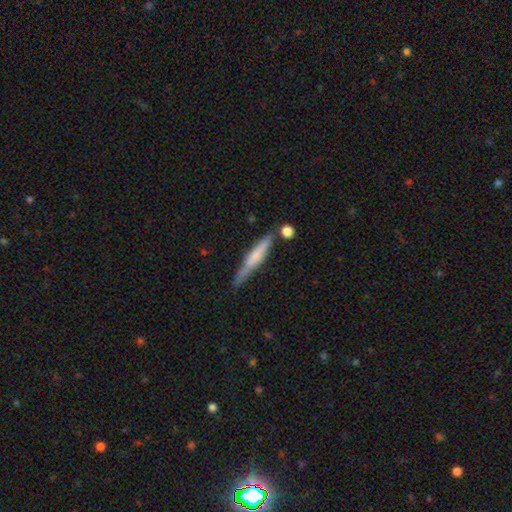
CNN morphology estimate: A smooth galaxy with no disk features (48%). Merging: none (73%).